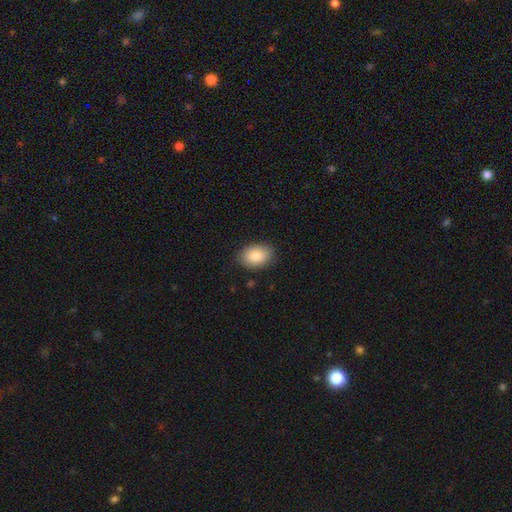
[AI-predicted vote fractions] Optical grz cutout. It shows a smooth galaxy with no disk features (86%) that is in between round and cigar-shaped (84%). Merging: none (86%).